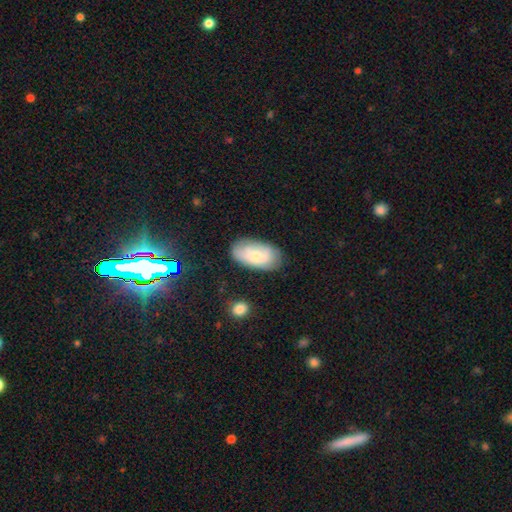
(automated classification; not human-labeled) This is likely a smooth galaxy (61%). How rounded: clearly in between (94%). Merging: likely none (71%).